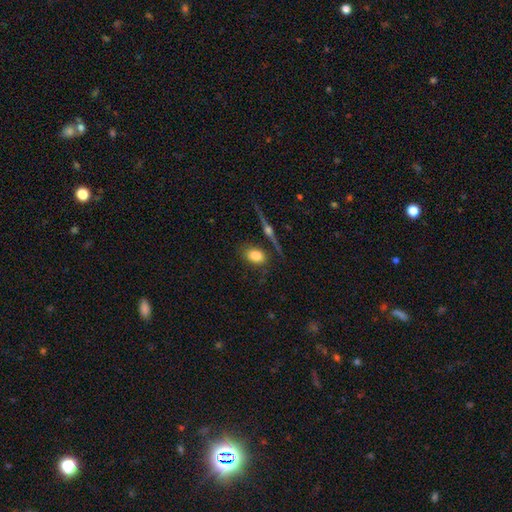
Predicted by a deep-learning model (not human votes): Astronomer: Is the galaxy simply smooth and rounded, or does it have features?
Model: smooth — 75%.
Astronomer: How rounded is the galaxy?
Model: in between — 77%.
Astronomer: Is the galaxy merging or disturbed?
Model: none — 75%.